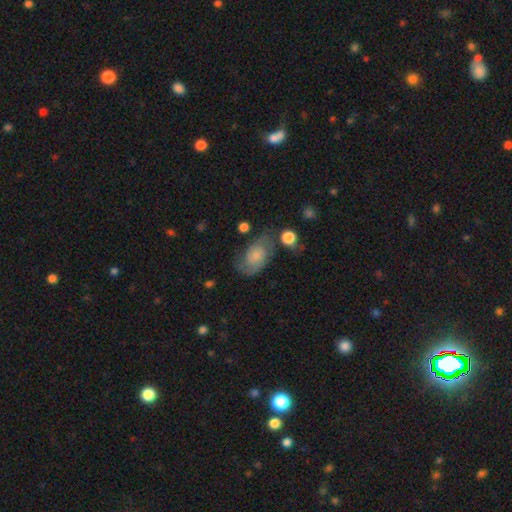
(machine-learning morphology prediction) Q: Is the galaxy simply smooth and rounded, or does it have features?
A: featured or disk — 47%.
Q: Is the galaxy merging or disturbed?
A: none — 51%.